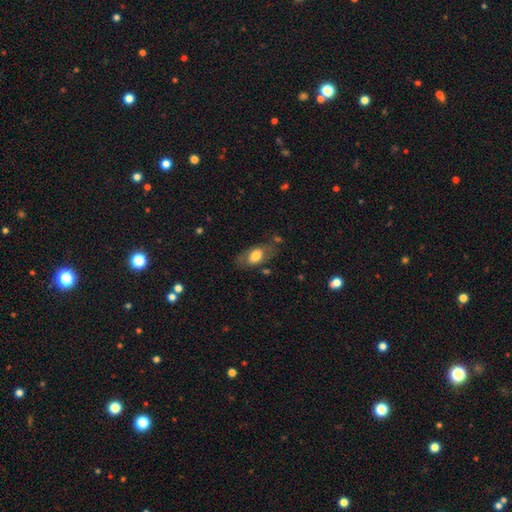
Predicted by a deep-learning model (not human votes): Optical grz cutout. It shows a smooth galaxy with no disk features (67%) that is in between round and cigar-shaped (89%). Merging: none (66%).